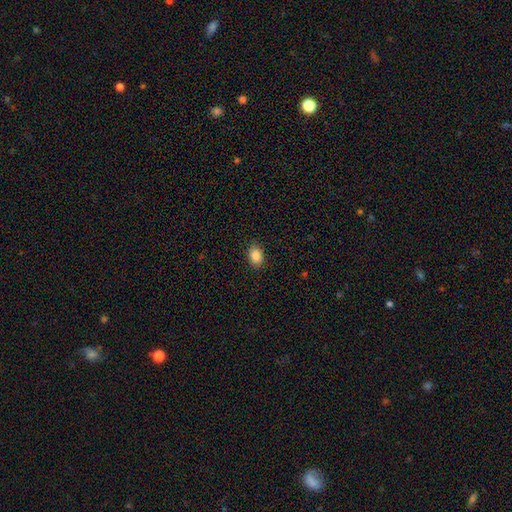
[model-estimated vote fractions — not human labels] This appears to be a smooth galaxy with no disk features (87%) that is in between round and cigar-shaped (82%). Merging: none (88%).